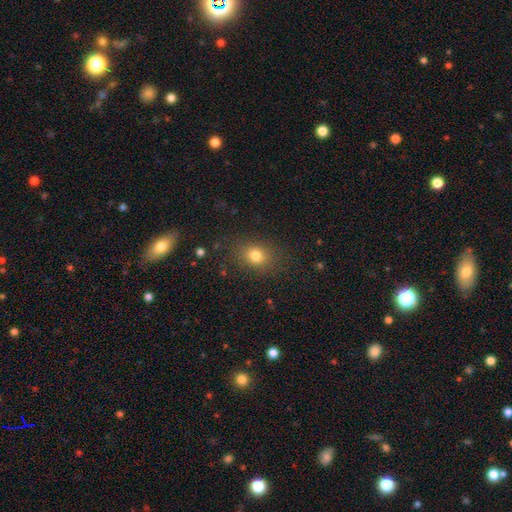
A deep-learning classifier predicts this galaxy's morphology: A smooth galaxy with no disk features (78%) that is round (56%). Merging: none (84%).